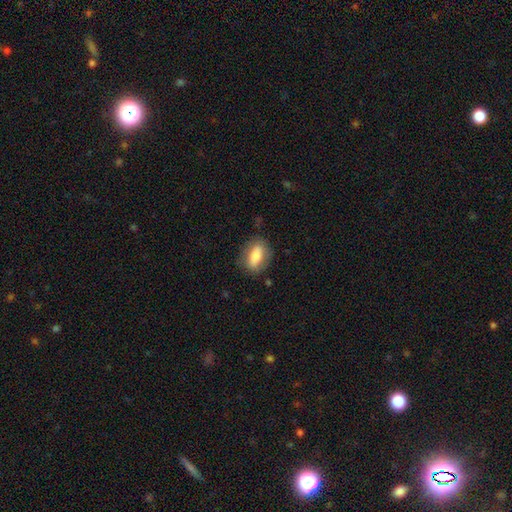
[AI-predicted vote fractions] This is likely a smooth galaxy (76%). How rounded: clearly in between (84%). Merging: likely none (78%).